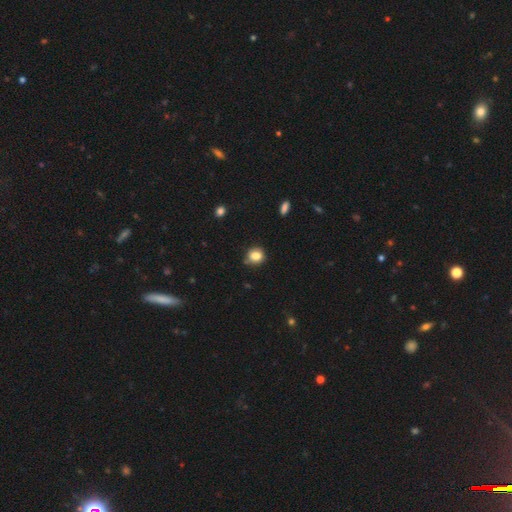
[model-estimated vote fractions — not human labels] A smooth galaxy with no disk features (82%) that is round (77%).

Vote fractions:
- Smooth or featured? smooth: 82% / star or artifact: 11% / featured or disk: 7%
- How rounded? round: 77% / in between: 22% / cigar-shaped: 1%
- Merging? none: 71% / minor disturbance: 22% / major disturbance: 4% / merger: 3%